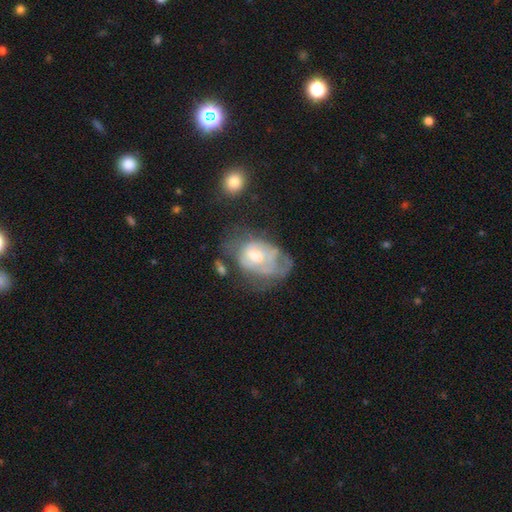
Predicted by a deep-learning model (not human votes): smooth-or-featured: featured or disk: 56% | smooth: 35% | star or artifact: 9%
  disk-edge-on: no: 96% | yes: 4%
    bar: no: 77% | weak: 20% | strong: 3%
    has-spiral-arms: no: 63% | yes: 37%
    bulge-size: moderate: 62% | small: 24% | large: 10% | none: 3% | dominant: 1%
  merging: major disturbance: 42% | none: 26% | minor disturbance: 25% | merger: 7%